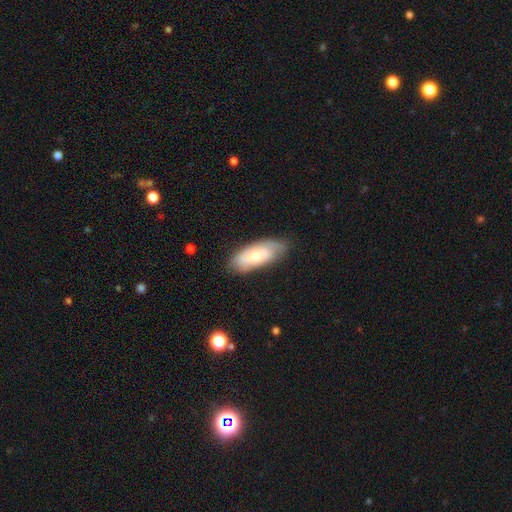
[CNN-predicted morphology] A smooth galaxy with no disk features (62%) that is in between round and cigar-shaped (82%).

Vote fractions:
- Smooth or featured? smooth: 62% / featured or disk: 32% / star or artifact: 6%
- How rounded? in between: 82% / cigar-shaped: 15% / round: 2%
- Merging? none: 73% / minor disturbance: 21% / major disturbance: 4% / merger: 2%